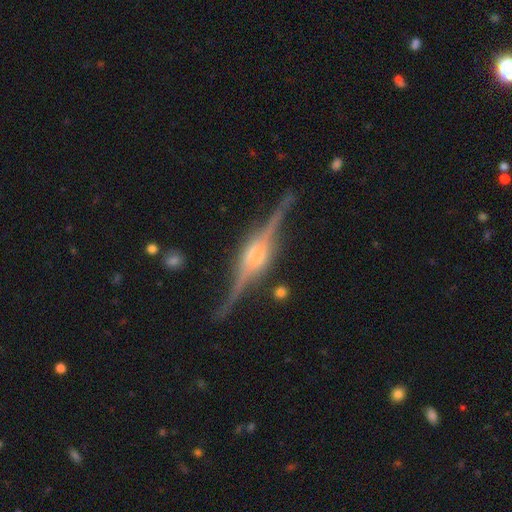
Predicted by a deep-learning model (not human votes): Smooth or featured? featured or disk (90%)
Edge-on disk? yes (98%)
Edge-on bulge? rounded (76%)
Merging? none (85%)